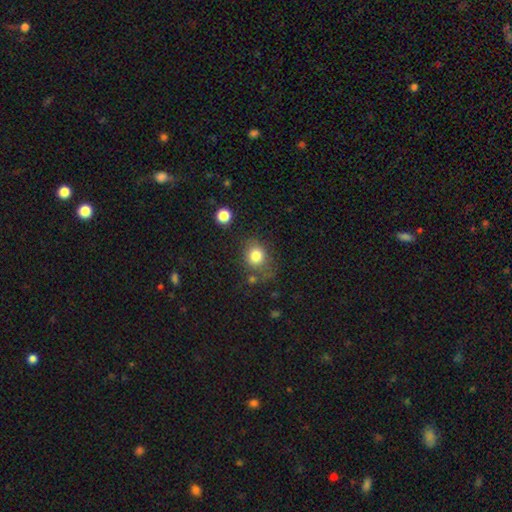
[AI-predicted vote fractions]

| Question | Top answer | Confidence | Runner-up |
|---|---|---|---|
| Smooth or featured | smooth | 81% | star or artifact (11%) |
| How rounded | round | 68% | in between (31%) |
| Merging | none | 61% | minor disturbance (21%) |